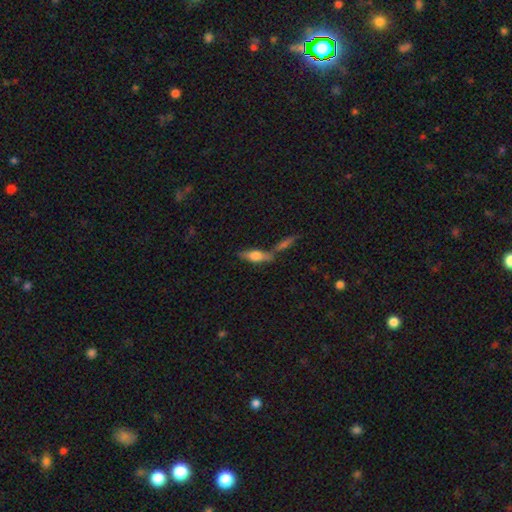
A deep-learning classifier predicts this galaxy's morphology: Smooth or featured? smooth (55%)
How rounded? in between (51%)
Merging? none (52%)